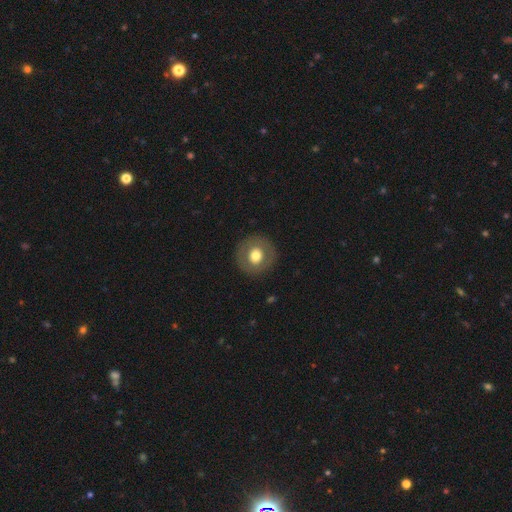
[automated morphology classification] This appears to be a smooth galaxy with no disk features (63%) that is round (93%). Merging: none (89%).